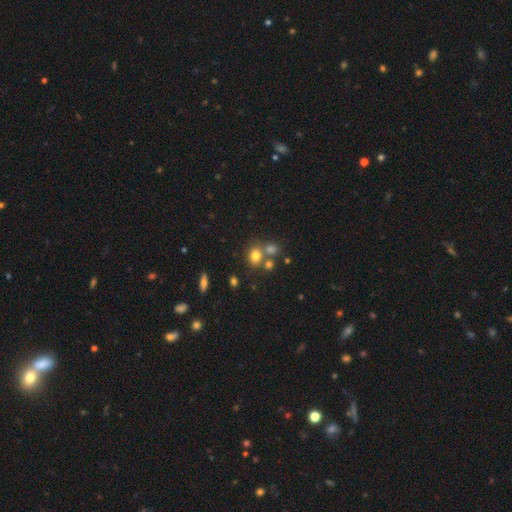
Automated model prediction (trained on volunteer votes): smooth_or_featured: smooth (p=0.75) [alt: star or artifact p=0.15]
how_rounded: round (p=0.64) [alt: in between p=0.35]
merging: none (p=0.56) [alt: merger p=0.28]